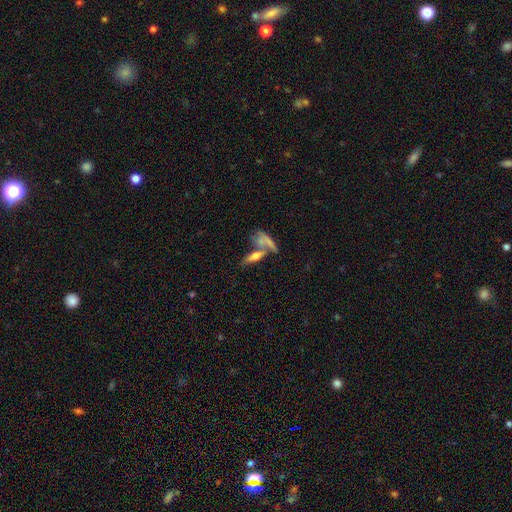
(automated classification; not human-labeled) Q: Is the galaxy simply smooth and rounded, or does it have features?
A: smooth — 60%.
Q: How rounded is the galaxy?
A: in between — 50%.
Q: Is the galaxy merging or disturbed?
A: merger — 47%.